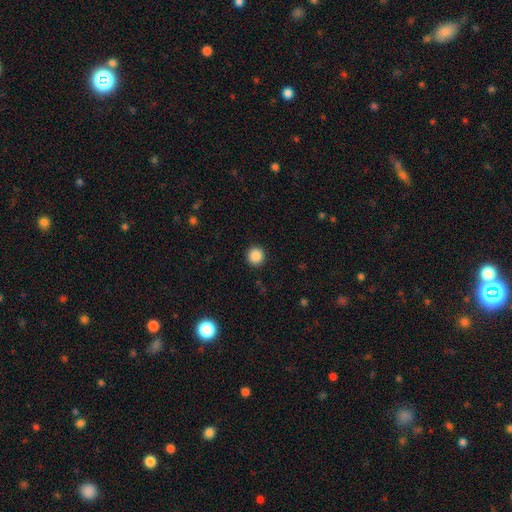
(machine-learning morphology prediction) This appears to be a smooth galaxy with no disk features (87%) that is round (94%). Merging: none (92%).